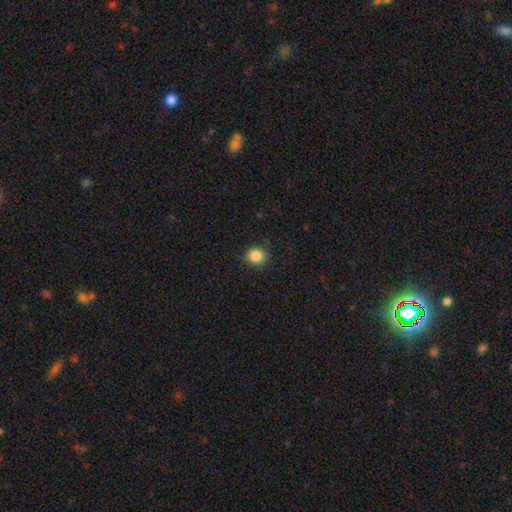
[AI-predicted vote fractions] Overall: smooth (87%). How rounded: round (86%). Merging: none (88%).